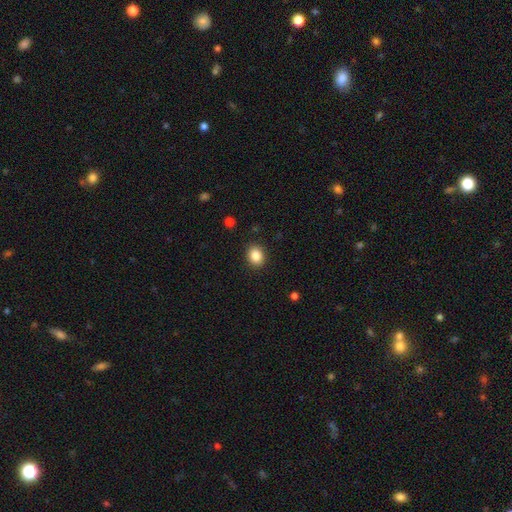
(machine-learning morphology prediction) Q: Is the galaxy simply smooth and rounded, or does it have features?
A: smooth — 85%.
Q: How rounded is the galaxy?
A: round — 59%.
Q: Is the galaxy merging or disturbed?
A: none — 90%.